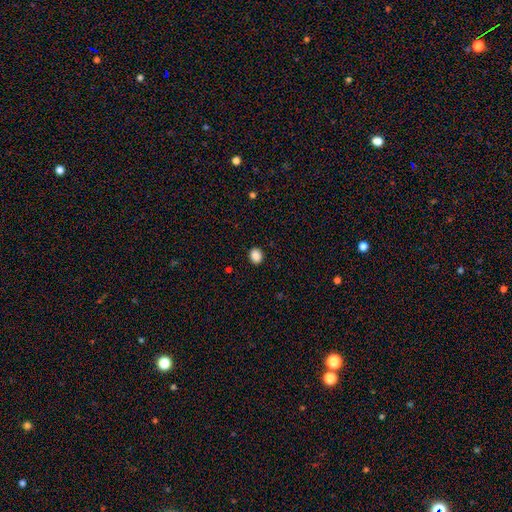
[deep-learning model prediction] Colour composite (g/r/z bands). It shows a smooth galaxy with no disk features (88%) that is round (57%). Merging: none (90%).